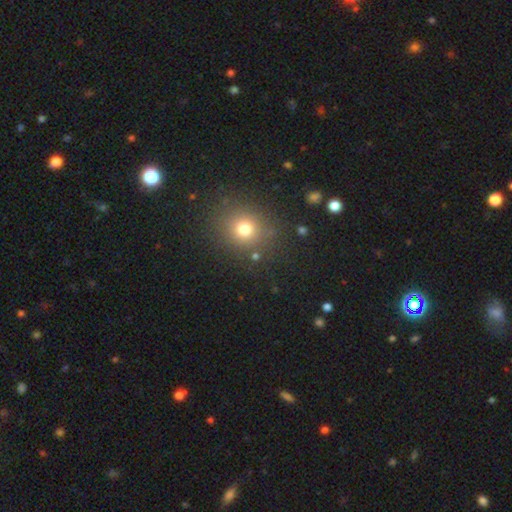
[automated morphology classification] Smooth or featured: smooth — 71% (star or artifact — 23%)
How rounded: round — 85% (in between — 14%)
Merging: none — 87% (minor disturbance — 8%)